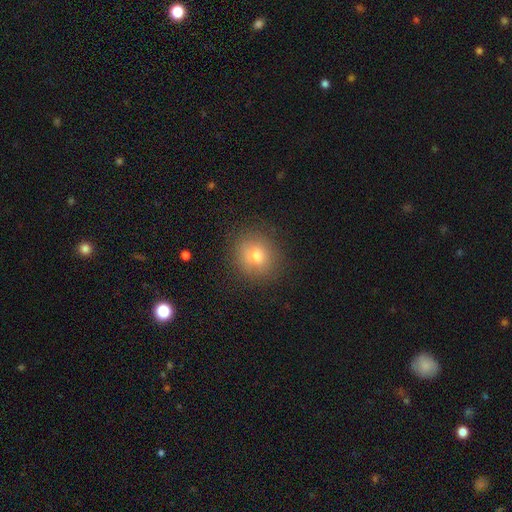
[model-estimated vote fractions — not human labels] smooth-or-featured: smooth: 72% | star or artifact: 16% | featured or disk: 13%
  how-rounded: round: 86% | in between: 13% | cigar-shaped: 1%
  merging: none: 87% | minor disturbance: 9% | major disturbance: 3% | merger: 1%